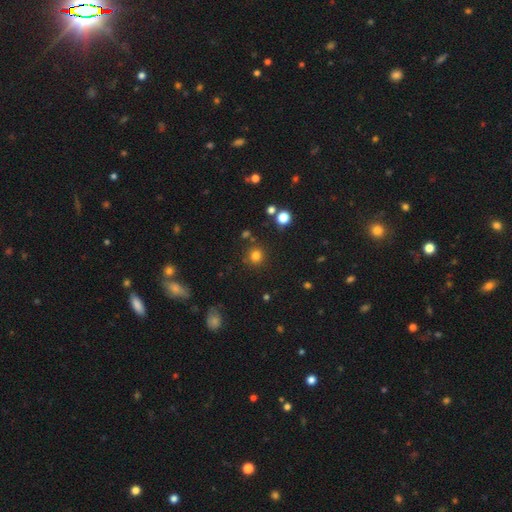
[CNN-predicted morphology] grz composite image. It shows a smooth galaxy with no disk features (79%) that is round (92%). Merging: none (85%).